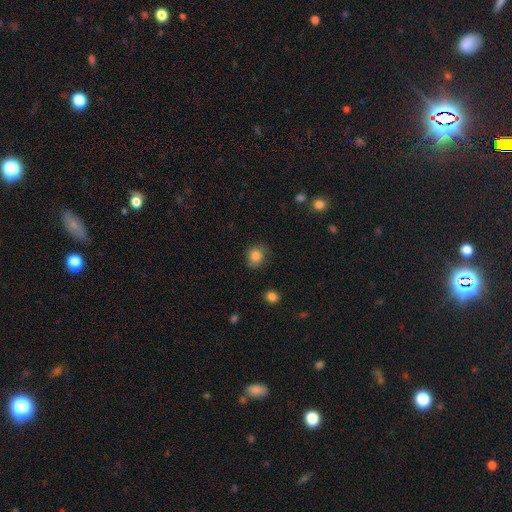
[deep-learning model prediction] smooth 83%, star or artifact 10%, featured or disk 7%. Down the decision tree: how rounded — round (70%); merging — none (76%).